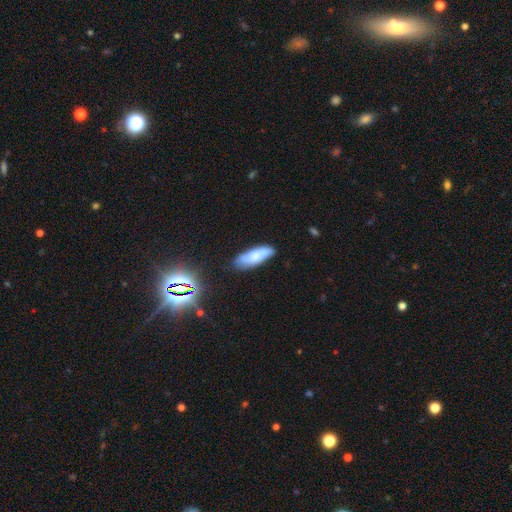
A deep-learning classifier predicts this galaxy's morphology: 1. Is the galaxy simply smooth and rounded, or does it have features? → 65% smooth, 27% featured or disk, 8% star or artifact.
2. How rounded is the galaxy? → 56% in between, 42% cigar-shaped, 2% round.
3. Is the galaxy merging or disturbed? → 75% none, 19% minor disturbance, 4% major disturbance, 3% merger.